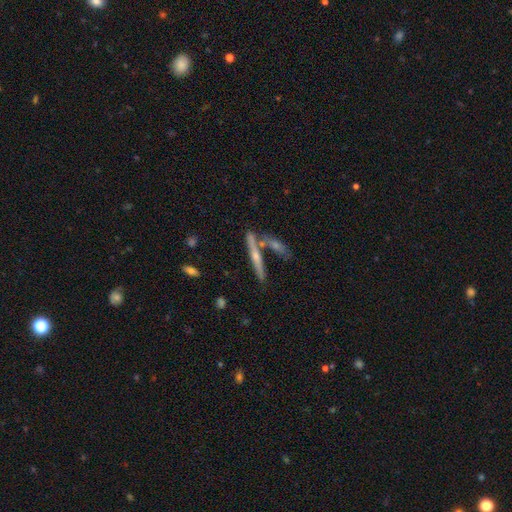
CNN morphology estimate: smooth_or_featured: featured or disk (p=0.65) [alt: smooth p=0.27]
disk_edge_on: yes (p=0.94) [alt: no p=0.06]
edge_on_bulge: rounded (p=0.81) [alt: none p=0.15]
merging: none (p=0.66) [alt: merger p=0.21]